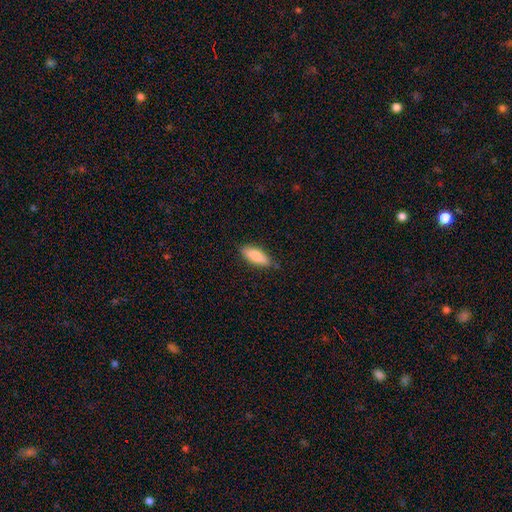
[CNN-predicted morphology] Smooth or featured? Predicted: smooth (p=0.80). How rounded? Predicted: in between (p=0.70). Merging? Predicted: none (p=0.83).